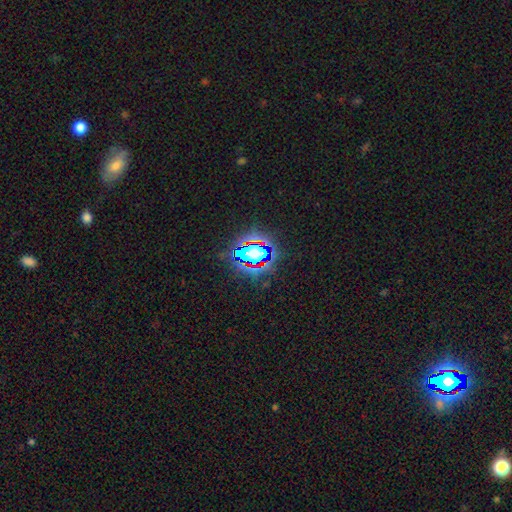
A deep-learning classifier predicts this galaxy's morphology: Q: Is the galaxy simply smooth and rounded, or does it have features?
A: star or artifact — 62%.